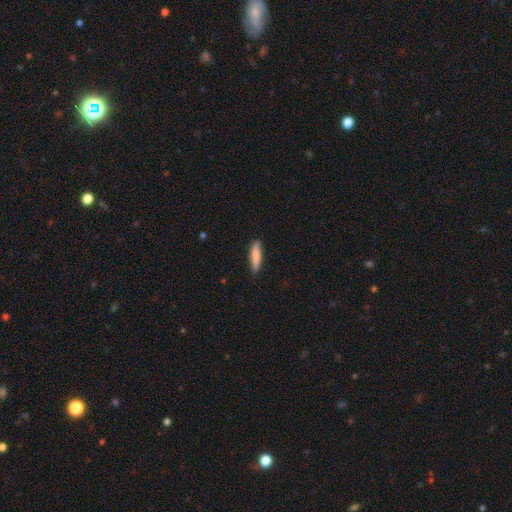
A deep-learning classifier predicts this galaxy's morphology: This is clearly a smooth galaxy (84%). How rounded: likely cigar-shaped (80%). Merging: clearly none (85%).